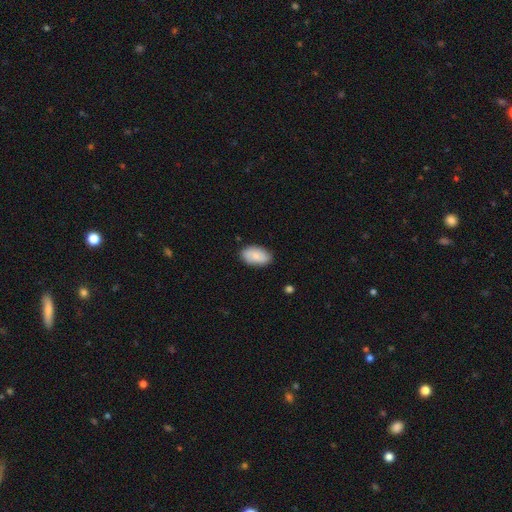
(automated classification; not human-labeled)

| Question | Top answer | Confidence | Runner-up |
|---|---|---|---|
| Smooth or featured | smooth | 81% | featured or disk (13%) |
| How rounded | in between | 94% | round (5%) |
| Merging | none | 85% | minor disturbance (12%) |